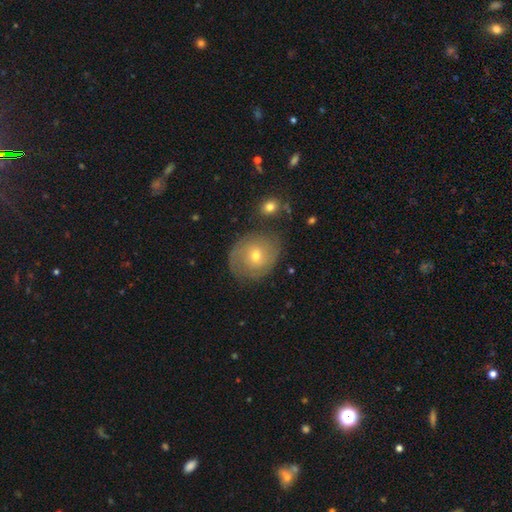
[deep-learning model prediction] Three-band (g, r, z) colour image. It shows a featured or disk galaxy (62%) with no bar (71%), spiral arms (81%) and a small central bulge (52%). Merging: none (75%).